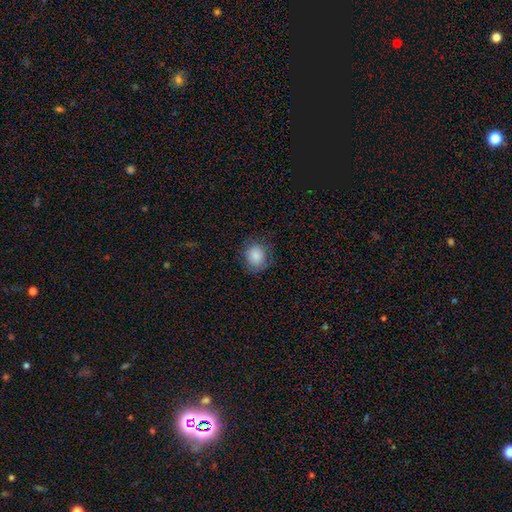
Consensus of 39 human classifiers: A smooth galaxy with no disk features (95%) that is round (97%).

Vote fractions:
- Smooth or featured? smooth: 95% / featured or disk: 3% / star or artifact: 3%
- How rounded? round: 97% / in between: 3% / cigar-shaped: 0%
- Merging? none: 84% / major disturbance: 11% / minor disturbance: 5% / merger: 0%